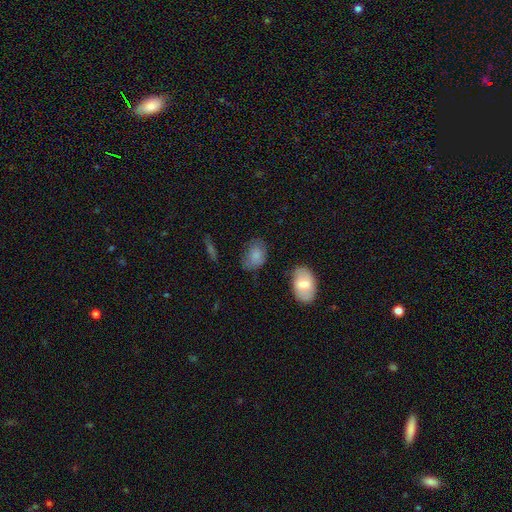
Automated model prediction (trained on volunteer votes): Smooth or featured? smooth (81%)
How rounded? in between (83%)
Merging? none (62%)